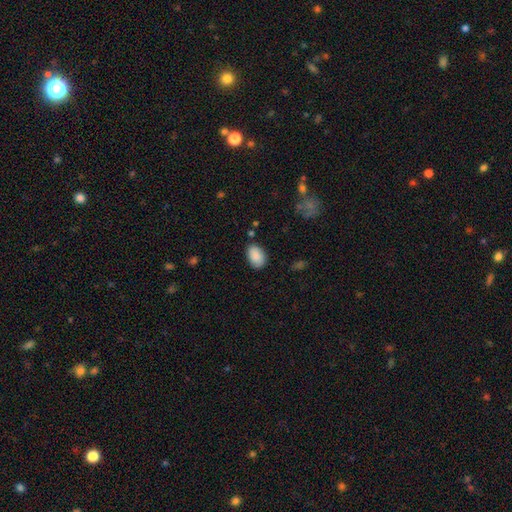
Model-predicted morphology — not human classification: Smooth or featured? smooth (89%)
How rounded? in between (88%)
Merging? none (80%)